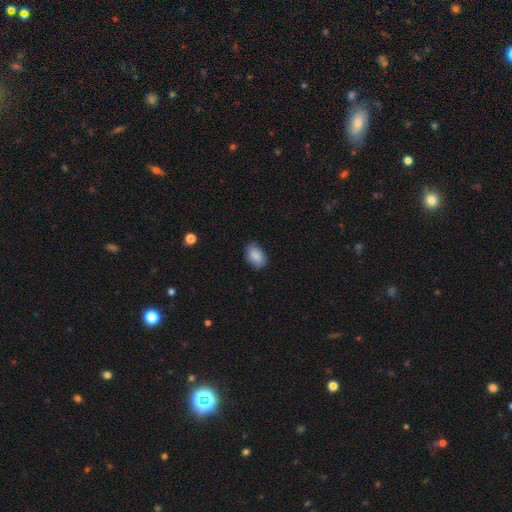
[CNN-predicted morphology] Smooth or featured? smooth (89%)
How rounded? in between (87%)
Merging? none (83%)